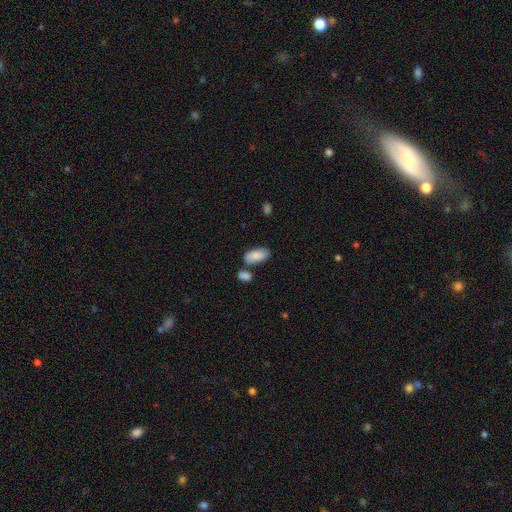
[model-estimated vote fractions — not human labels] smooth-or-featured: smooth: 87% | featured or disk: 7% | star or artifact: 6%
  how-rounded: in between: 94% | cigar-shaped: 4% | round: 2%
  merging: none: 66% | merger: 16% | minor disturbance: 14% | major disturbance: 4%